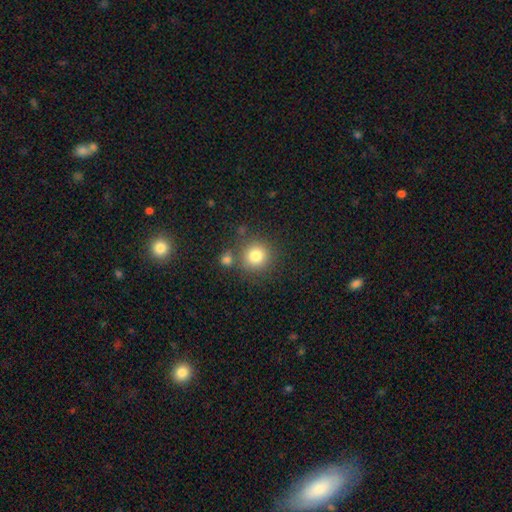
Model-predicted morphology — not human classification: type=smooth (81%); roundness=round (92%); merging=none (76%).